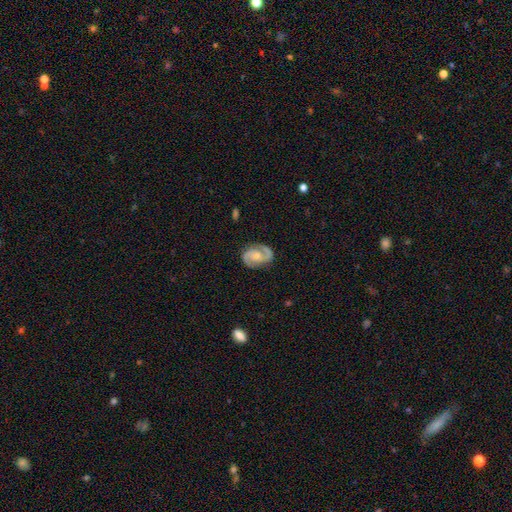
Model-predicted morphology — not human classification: Smooth or featured? Predicted: featured or disk (p=0.87). Edge-on disk? Predicted: no (p=0.98). Bar? Predicted: no (p=0.54). Spiral arms? Predicted: yes (p=0.97). Spiral winding? Predicted: medium (p=0.56). Spiral arm count? Predicted: 2 (p=0.93). Bulge size? Predicted: moderate (p=0.46). Merging? Predicted: none (p=0.82).